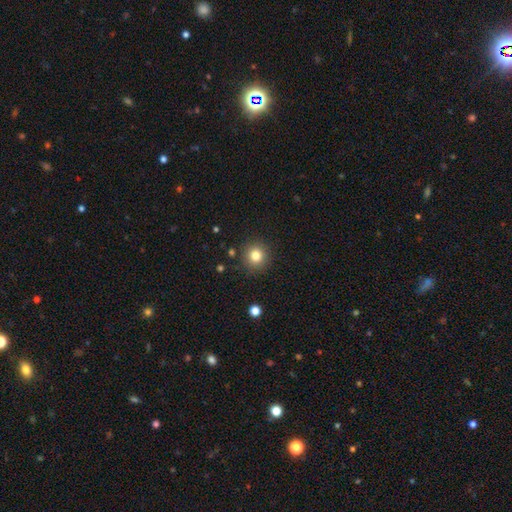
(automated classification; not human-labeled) This is clearly a smooth galaxy (81%). How rounded: clearly round (93%). Merging: clearly none (89%).